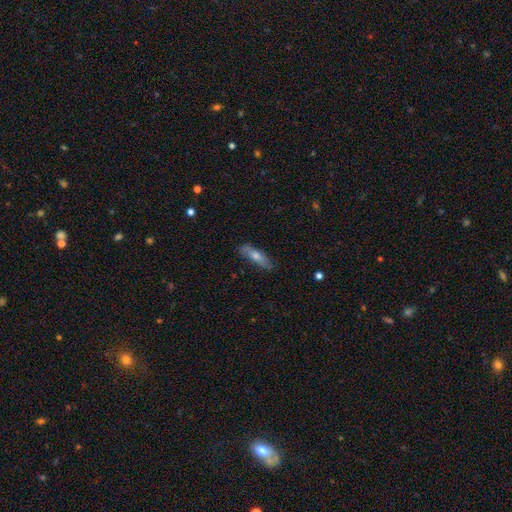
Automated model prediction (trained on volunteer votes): Overall: smooth (55%; featured or disk 38%). How rounded: cigar-shaped (66%; in between 32%). Merging: none (82%).